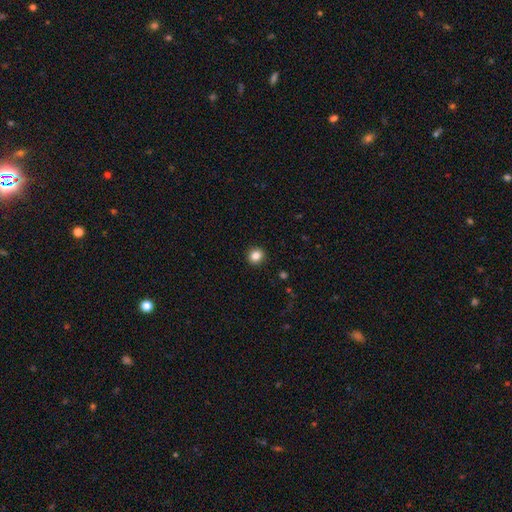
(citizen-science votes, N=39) A smooth galaxy with no disk features (95%) that is round (81%). Merging: none (92%).